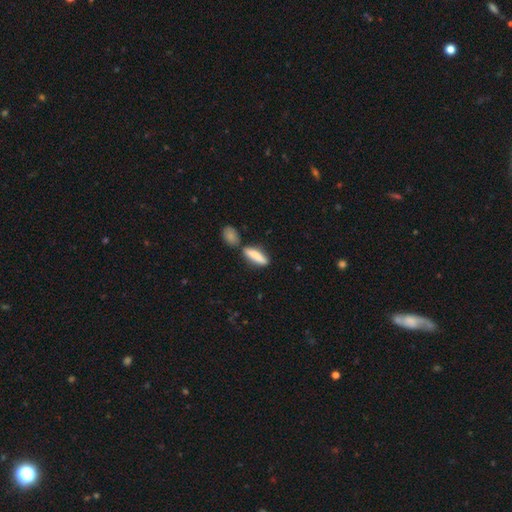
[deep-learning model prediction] Q: Smooth or featured?
A: smooth (83%); runner-up: featured or disk (11%)
Q: How rounded?
A: cigar-shaped (56%); runner-up: in between (42%)
Q: Merging?
A: none (62%); runner-up: merger (21%)